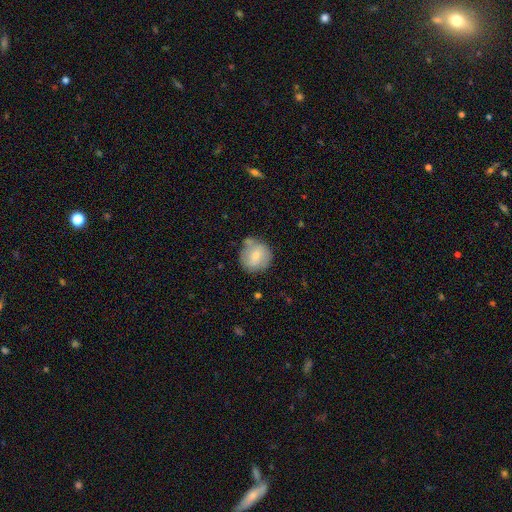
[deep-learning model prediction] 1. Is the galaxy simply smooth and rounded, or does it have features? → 65% smooth, 27% featured or disk, 7% star or artifact.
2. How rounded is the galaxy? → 89% round, 10% in between, 1% cigar-shaped.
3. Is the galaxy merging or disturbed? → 64% none, 23% minor disturbance, 7% merger, 6% major disturbance.